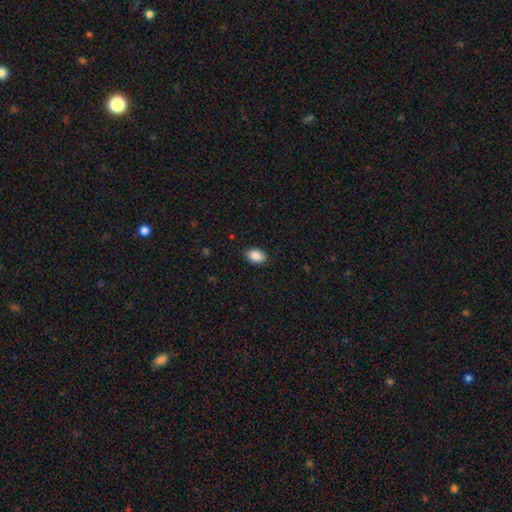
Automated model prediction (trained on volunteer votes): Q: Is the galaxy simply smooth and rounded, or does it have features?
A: smooth — 89%.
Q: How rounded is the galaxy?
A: in between — 88%.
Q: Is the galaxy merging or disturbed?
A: none — 87%.